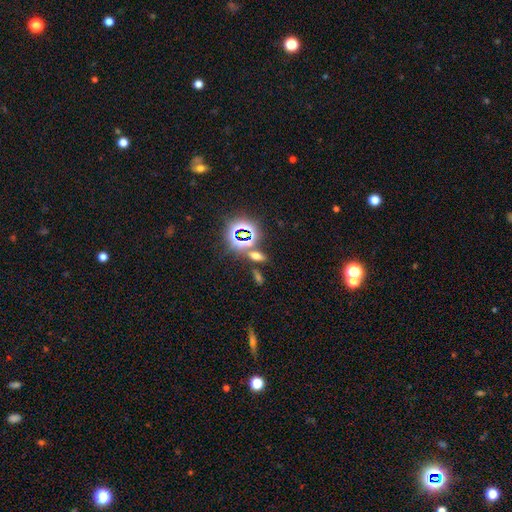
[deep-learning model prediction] Q: Smooth or featured?
A: smooth (43%); runner-up: star or artifact (42%)
Q: Merging?
A: none (74%); runner-up: merger (13%)